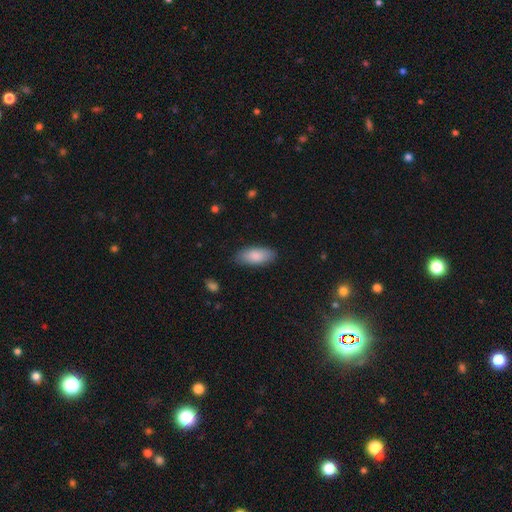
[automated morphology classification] Smooth or featured?
  - smooth: 85% *
  - featured or disk: 9%
  - star or artifact: 6%
How rounded?
  - in between: 87% *
  - cigar-shaped: 11%
  - round: 2%
Merging?
  - none: 84% *
  - minor disturbance: 12%
  - major disturbance: 3%
  - merger: 1%